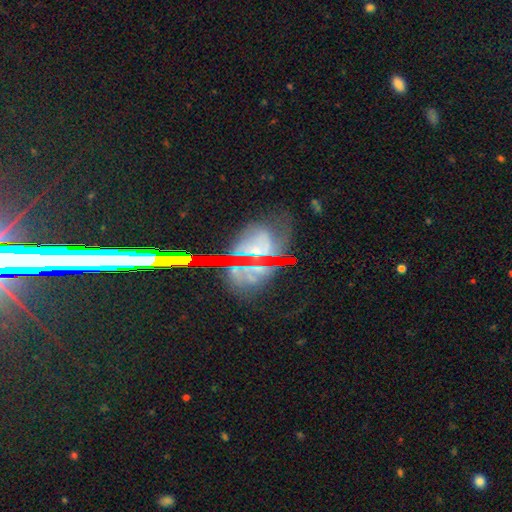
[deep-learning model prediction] featured or disk 45%, star or artifact 35%, smooth 20%. Down the decision tree: merging — none (65%).